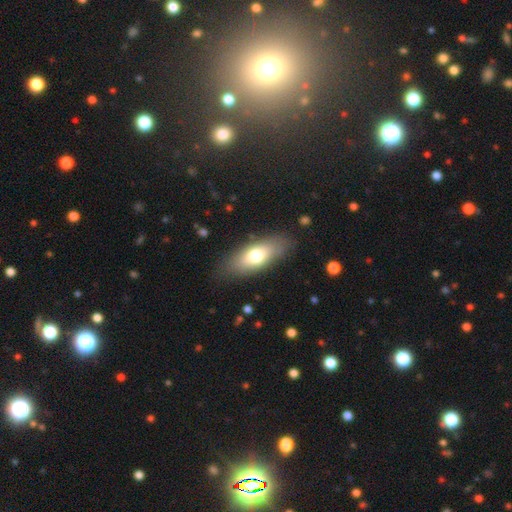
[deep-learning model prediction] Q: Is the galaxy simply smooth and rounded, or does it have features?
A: smooth — 70%.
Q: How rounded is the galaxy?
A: in between — 77%.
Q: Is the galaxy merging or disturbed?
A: none — 82%.